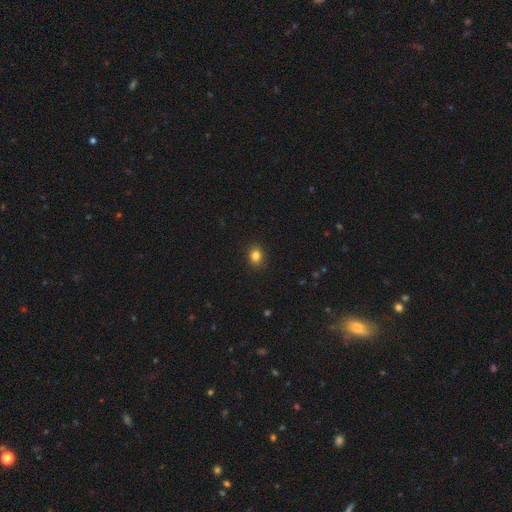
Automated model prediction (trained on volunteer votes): This appears to be a smooth galaxy with no disk features (83%) that is round (62%). Merging: none (90%).